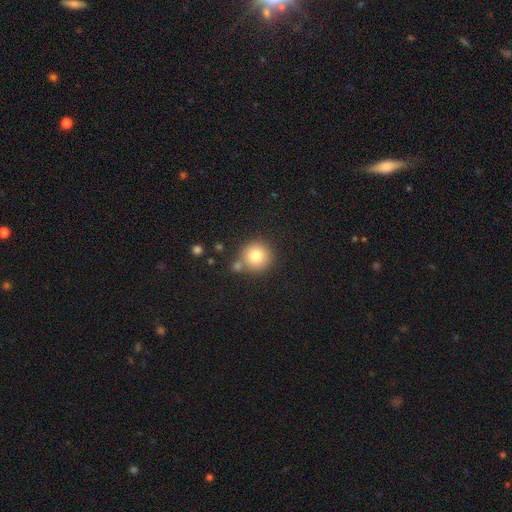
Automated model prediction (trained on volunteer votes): This is likely a smooth galaxy (79%). How rounded: clearly round (93%). Merging: likely none (71%).